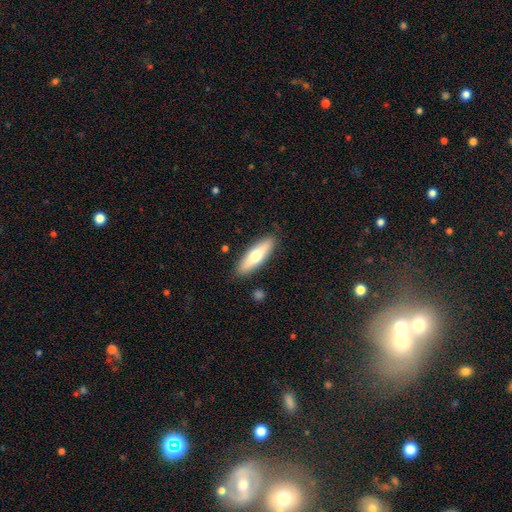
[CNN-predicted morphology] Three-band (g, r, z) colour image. It shows a smooth galaxy with no disk features (62%) that is cigar-shaped (55%). Merging: none (87%).